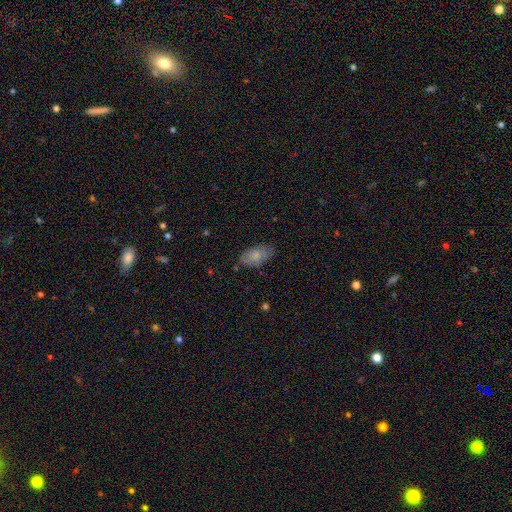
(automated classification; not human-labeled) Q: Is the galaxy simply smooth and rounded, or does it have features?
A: smooth — 79%.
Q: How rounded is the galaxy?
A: in between — 93%.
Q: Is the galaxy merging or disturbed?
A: none — 78%.